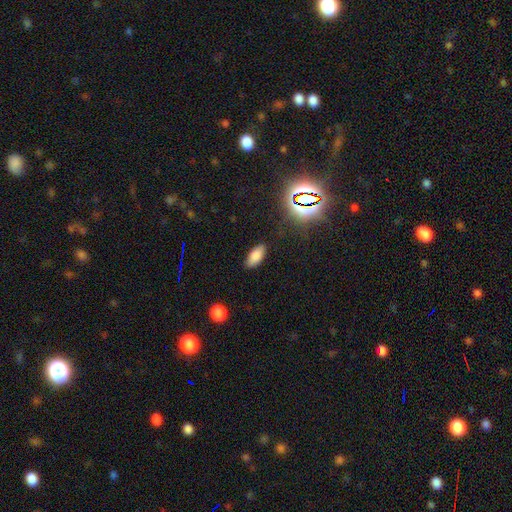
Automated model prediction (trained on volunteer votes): smooth 82%, star or artifact 12%, featured or disk 7%. Down the decision tree: how rounded — in between (89%); merging — none (85%).